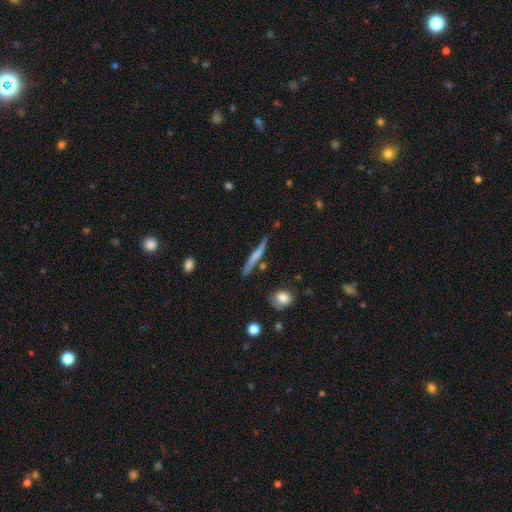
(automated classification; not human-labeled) smooth_or_featured: smooth (p=0.53) [alt: featured or disk p=0.40]
how_rounded: cigar-shaped (p=0.93) [alt: in between p=0.04]
merging: none (p=0.73) [alt: minor disturbance p=0.18]